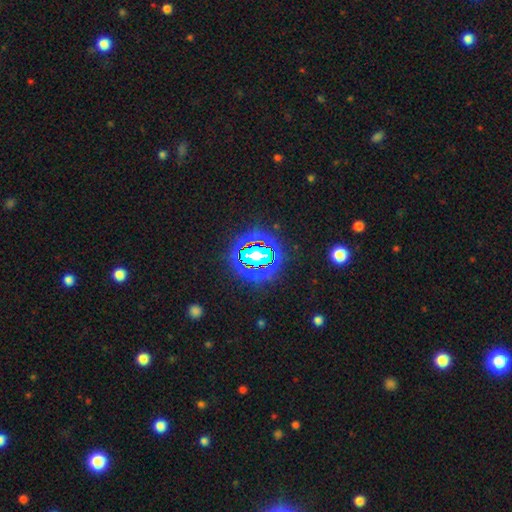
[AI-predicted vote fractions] A star or artifact, not a galaxy (70%).